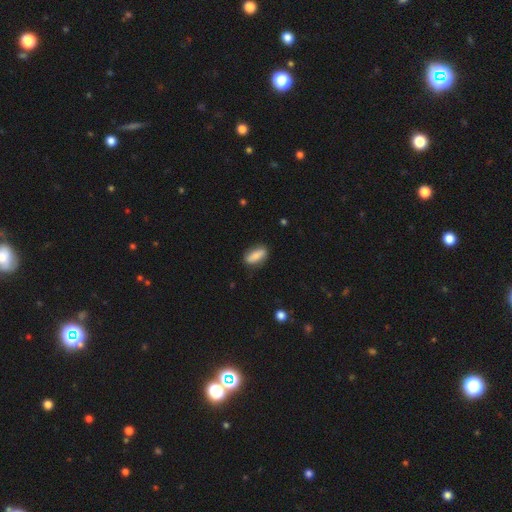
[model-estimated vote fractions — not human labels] smooth_or_featured: smooth (p=0.80) [alt: featured or disk p=0.13]
how_rounded: in between (p=0.75) [alt: cigar-shaped p=0.21]
merging: none (p=0.79) [alt: minor disturbance p=0.16]